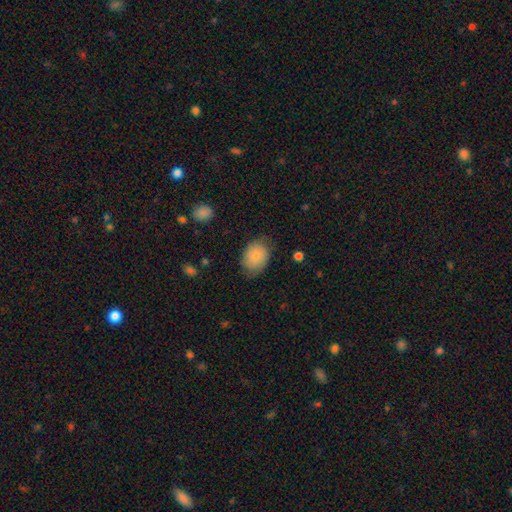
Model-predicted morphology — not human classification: smooth-or-featured: smooth: 81% | featured or disk: 11% | star or artifact: 7%
  how-rounded: in between: 67% | round: 32% | cigar-shaped: 1%
  merging: none: 69% | minor disturbance: 24% | major disturbance: 6% | merger: 1%